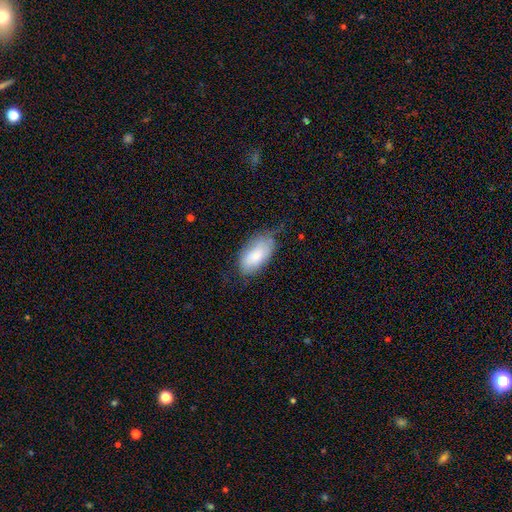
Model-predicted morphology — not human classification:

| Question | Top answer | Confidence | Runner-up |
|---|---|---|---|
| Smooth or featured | smooth | 74% | featured or disk (20%) |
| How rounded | in between | 94% | round (3%) |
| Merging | none | 53% | minor disturbance (34%) |